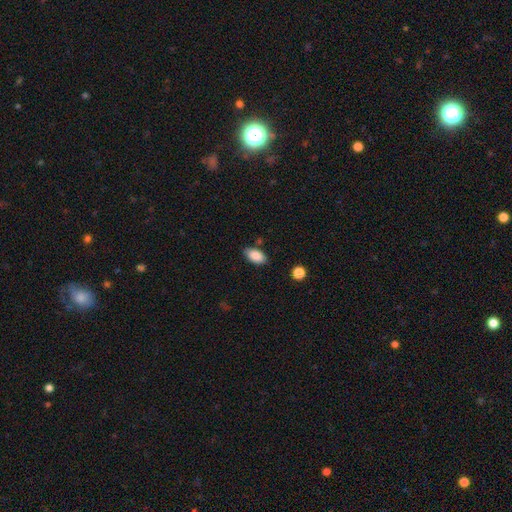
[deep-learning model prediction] A smooth galaxy with no disk features (86%) that is in between round and cigar-shaped (93%).

Vote fractions:
- Smooth or featured? smooth: 86% / star or artifact: 7% / featured or disk: 6%
- How rounded? in between: 93% / round: 4% / cigar-shaped: 3%
- Merging? none: 81% / minor disturbance: 13% / merger: 3% / major disturbance: 3%